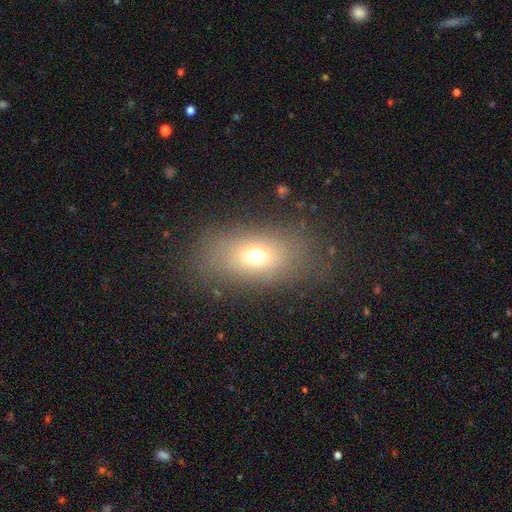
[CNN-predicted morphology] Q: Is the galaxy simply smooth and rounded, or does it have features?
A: smooth — 67%.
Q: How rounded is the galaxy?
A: in between — 82%.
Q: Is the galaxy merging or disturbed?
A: none — 78%.